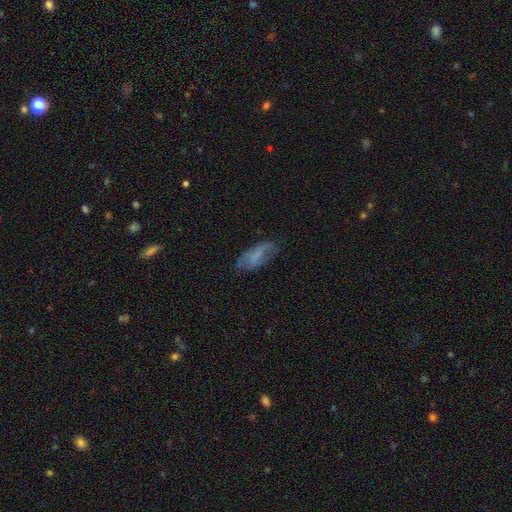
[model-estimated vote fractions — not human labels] smooth-or-featured: smooth: 58% | featured or disk: 32% | star or artifact: 10%
  how-rounded: in between: 74% | cigar-shaped: 23% | round: 2%
  merging: none: 56% | minor disturbance: 27% | major disturbance: 14% | merger: 2%